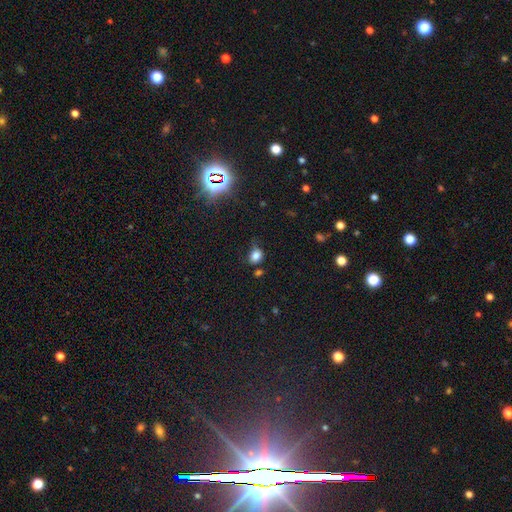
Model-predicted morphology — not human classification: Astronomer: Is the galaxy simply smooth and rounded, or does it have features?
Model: smooth — 80%.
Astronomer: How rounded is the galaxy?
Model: in between — 52% (runner-up: round, 47%).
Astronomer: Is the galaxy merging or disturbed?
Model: none — 54% (runner-up: minor disturbance, 30%).